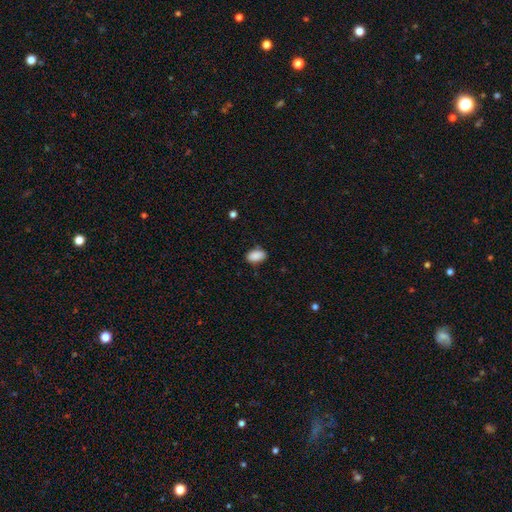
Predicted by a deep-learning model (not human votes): The model was most divided on "merging": none: 81%, minor disturbance: 15%, major disturbance: 3%, merger: 2%. More confident: how rounded — in between (92%); smooth or featured — smooth (89%).